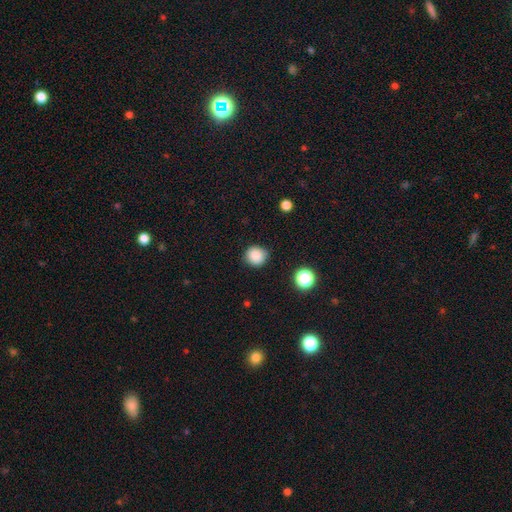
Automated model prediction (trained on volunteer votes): Smooth or featured? Predicted: smooth (p=0.86). How rounded? Predicted: round (p=0.90). Merging? Predicted: none (p=0.85).